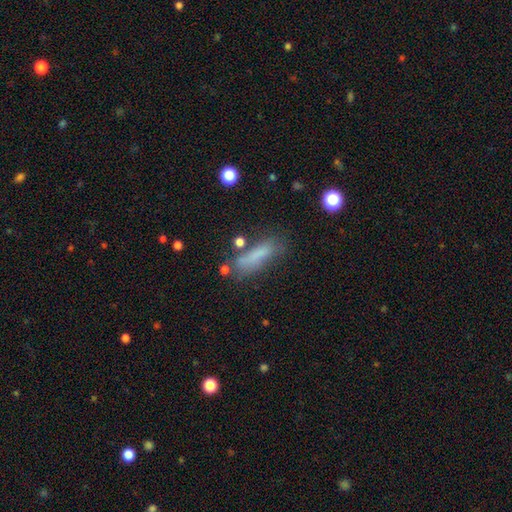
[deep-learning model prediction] The model was most divided on "how rounded": cigar-shaped: 60%, in between: 37%, round: 3%. More confident: smooth or featured — smooth (75%); merging — none (64%).